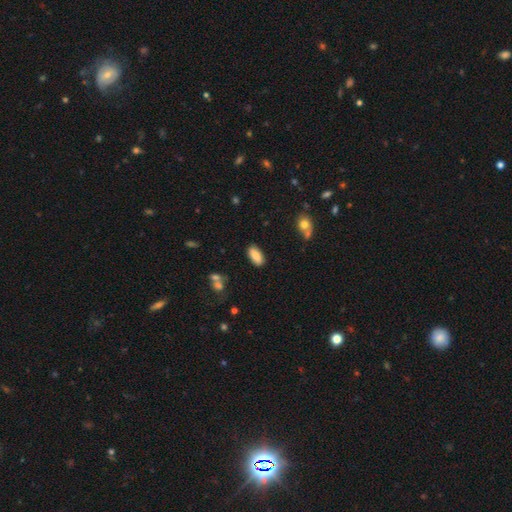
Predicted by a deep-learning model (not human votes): Smooth or featured? Predicted: smooth (p=0.84). How rounded? Predicted: in between (p=0.88). Merging? Predicted: none (p=0.86).